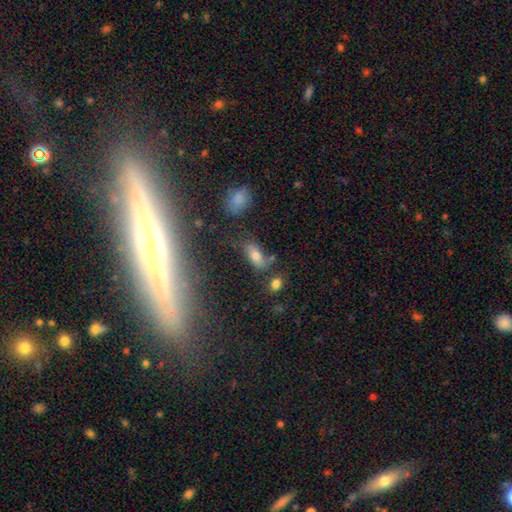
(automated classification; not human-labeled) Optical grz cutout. It shows a smooth galaxy with no disk features (69%) that is in between round and cigar-shaped (83%). Merging: none (66%).